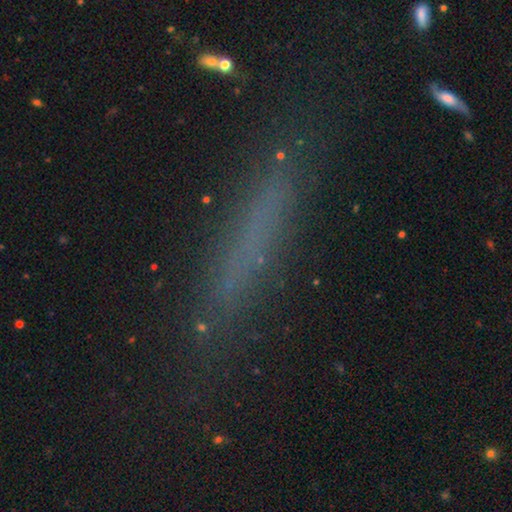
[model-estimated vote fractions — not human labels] Smooth or featured? smooth (47%)
Merging? none (77%)